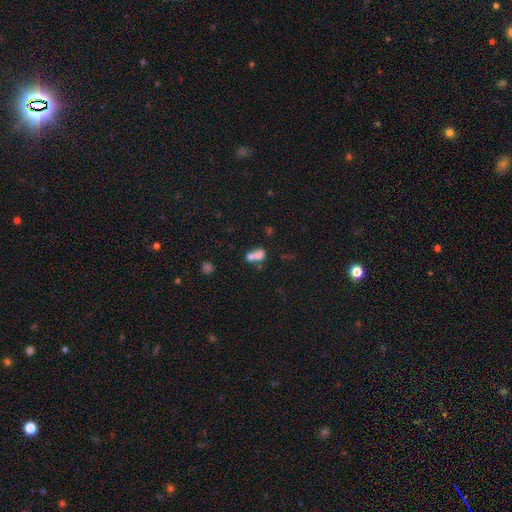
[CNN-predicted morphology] A smooth galaxy with no disk features (69%) that is in between round and cigar-shaped (52%).

Vote fractions:
- Smooth or featured? smooth: 69% / featured or disk: 19% / star or artifact: 12%
- How rounded? in between: 52% / round: 46% / cigar-shaped: 2%
- Merging? merger: 70% / none: 20% / minor disturbance: 6% / major disturbance: 4%